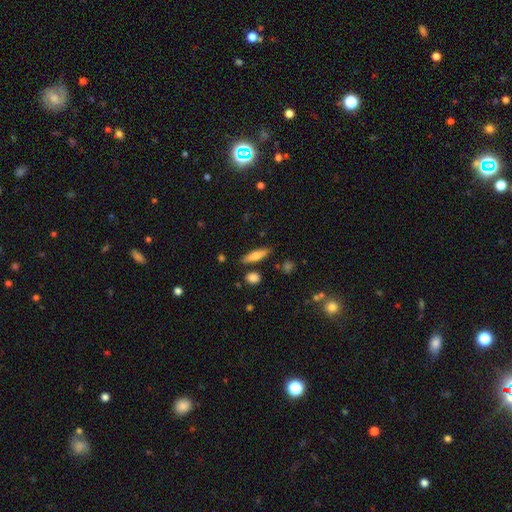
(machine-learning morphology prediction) This is likely a smooth galaxy (72%). How rounded: likely cigar-shaped (68%). Merging: clearly none (82%).